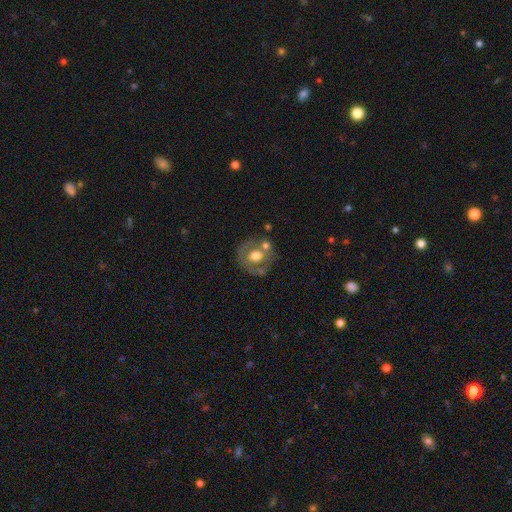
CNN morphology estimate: This appears to be a smooth galaxy with no disk features (47%). Merging: none (61%).